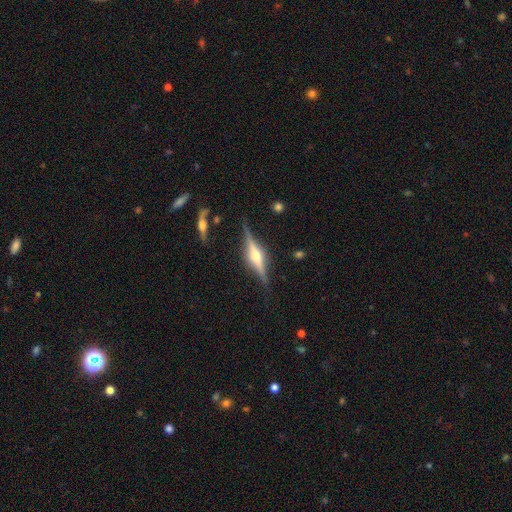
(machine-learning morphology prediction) Q: Smooth or featured?
A: featured or disk (83%); runner-up: smooth (12%)
Q: Edge-on disk?
A: yes (98%); runner-up: no (2%)
Q: Edge-on bulge?
A: rounded (90%); runner-up: boxy (8%)
Q: Merging?
A: none (85%); runner-up: minor disturbance (10%)